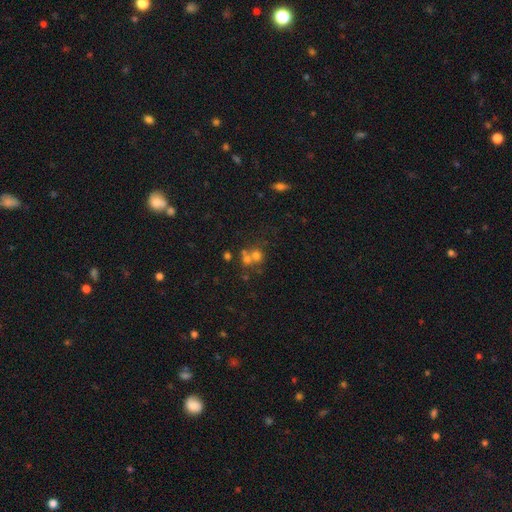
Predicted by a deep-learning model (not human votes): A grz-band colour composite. It shows a smooth galaxy with no disk features (62%) that is round (82%). Merging: merger (49%).